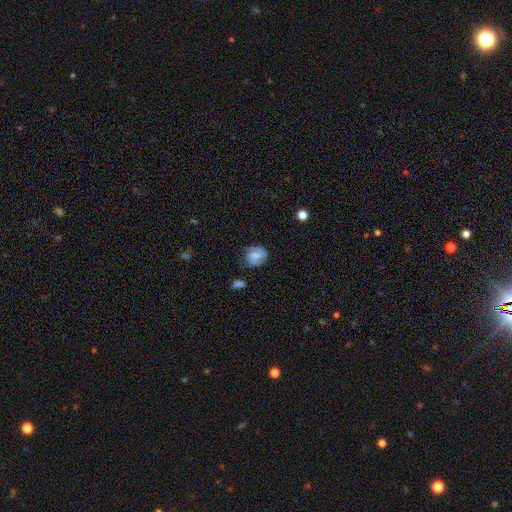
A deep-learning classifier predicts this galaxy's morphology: smooth_or_featured: smooth (p=0.59) [alt: featured or disk p=0.31]
how_rounded: round (p=0.57) [alt: in between p=0.42]
merging: none (p=0.58) [alt: minor disturbance p=0.28]